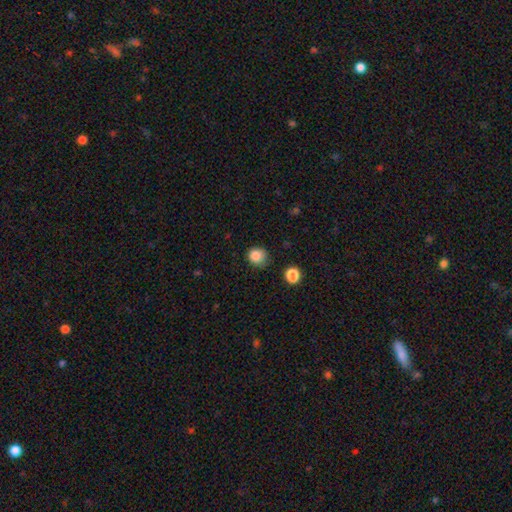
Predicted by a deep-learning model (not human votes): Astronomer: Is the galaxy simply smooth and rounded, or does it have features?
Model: smooth — 85%.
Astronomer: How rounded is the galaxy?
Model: round — 83%.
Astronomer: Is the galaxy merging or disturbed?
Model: none — 72%.